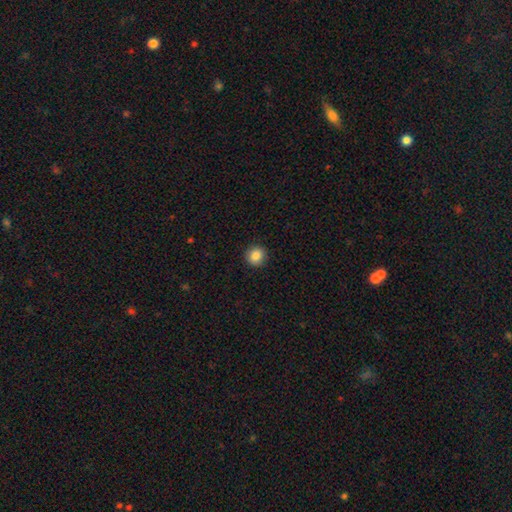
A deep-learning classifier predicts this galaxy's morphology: Smooth or featured?
  - smooth: 87% *
  - star or artifact: 9%
  - featured or disk: 4%
How rounded?
  - round: 91% *
  - in between: 8%
  - cigar-shaped: 1%
Merging?
  - none: 92% *
  - minor disturbance: 5%
  - major disturbance: 2%
  - merger: 1%